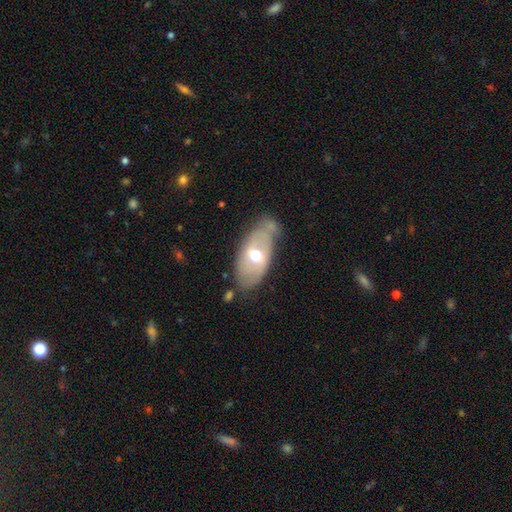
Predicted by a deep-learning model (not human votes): smooth_or_featured: featured or disk (p=0.49) [alt: smooth p=0.45]
merging: none (p=0.61) [alt: minor disturbance p=0.24]